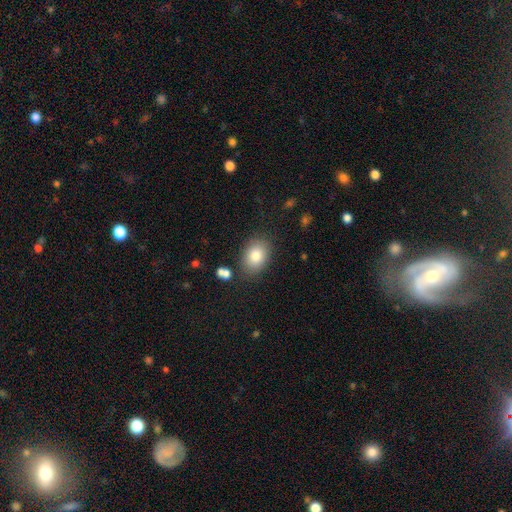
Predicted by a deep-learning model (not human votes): Smooth or featured? Predicted: smooth (p=0.82). How rounded? Predicted: in between (p=0.70). Merging? Predicted: none (p=0.81).